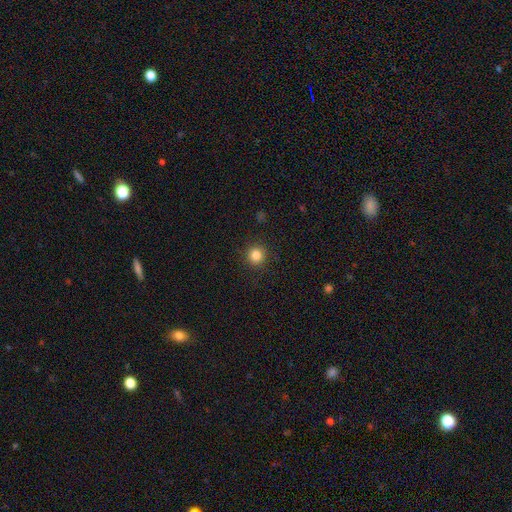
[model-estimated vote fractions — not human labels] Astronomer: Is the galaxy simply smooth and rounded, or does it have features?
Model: smooth — 84%.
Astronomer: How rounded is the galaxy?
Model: round — 94%.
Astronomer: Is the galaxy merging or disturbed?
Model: none — 91%.